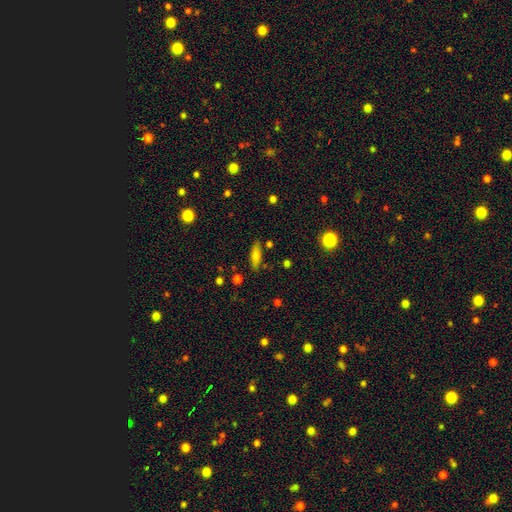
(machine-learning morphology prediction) smooth-or-featured: smooth: 73% | featured or disk: 18% | star or artifact: 9%
  how-rounded: cigar-shaped: 52% | in between: 45% | round: 3%
  merging: none: 81% | minor disturbance: 12% | merger: 3% | major disturbance: 3%